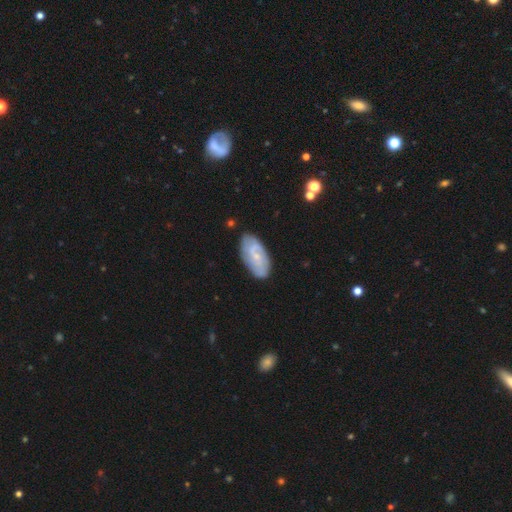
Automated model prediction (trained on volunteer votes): This is possibly a featured or disk galaxy (58%). It is clearly not viewed edge-on (93%). Bar: possibly no (55%). Spiral arm pattern: likely yes (78%). Central bulge: likely small (74%). Merging: likely none (77%).